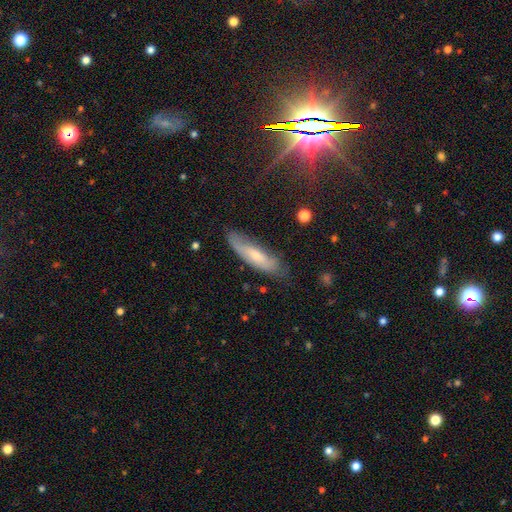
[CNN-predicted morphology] Overall: smooth (52%; featured or disk 40%). How rounded: cigar-shaped (64%; in between 34%). Merging: none (69%).